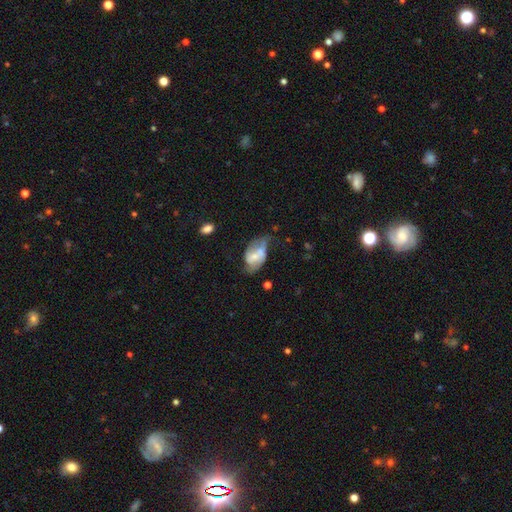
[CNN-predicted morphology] A featured or disk galaxy (60%) with no bar (54%), spiral arms (68%) and a small central bulge (45%). Merging: none (31%).